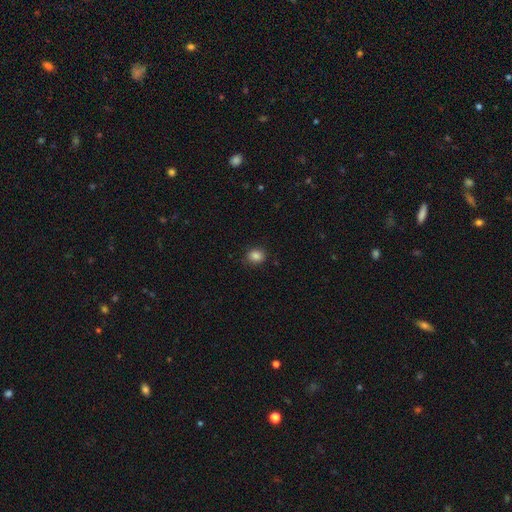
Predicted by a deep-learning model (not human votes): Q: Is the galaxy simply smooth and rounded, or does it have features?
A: smooth — 85%.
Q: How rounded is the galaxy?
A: round — 66%.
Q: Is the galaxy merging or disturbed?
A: none — 84%.